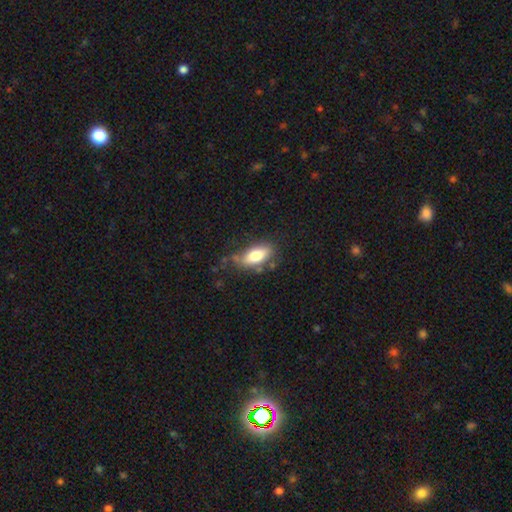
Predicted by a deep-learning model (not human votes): Smooth or featured? smooth (73%)
How rounded? in between (85%)
Merging? none (61%)